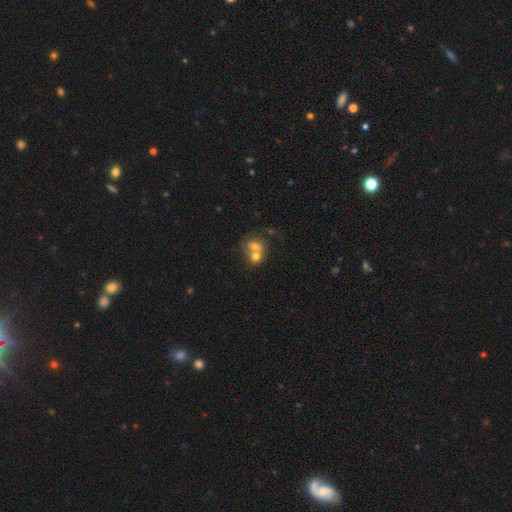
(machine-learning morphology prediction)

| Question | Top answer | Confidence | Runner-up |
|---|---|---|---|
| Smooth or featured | smooth | 57% | featured or disk (23%) |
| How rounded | round | 74% | in between (24%) |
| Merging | merger | 53% | none (36%) |